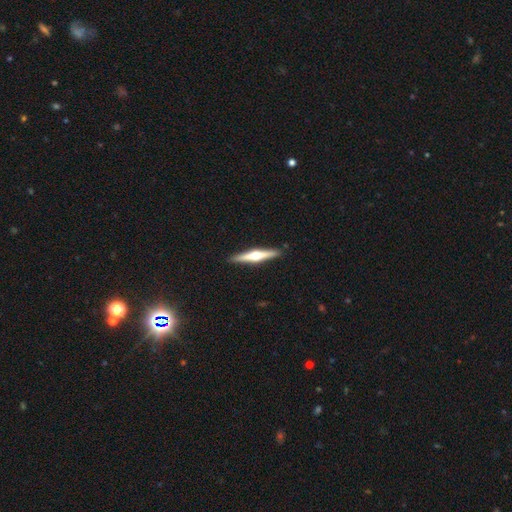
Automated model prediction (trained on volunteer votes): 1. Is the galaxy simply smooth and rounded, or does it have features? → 72% featured or disk, 24% smooth, 5% star or artifact.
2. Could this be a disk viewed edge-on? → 98% yes, 2% no.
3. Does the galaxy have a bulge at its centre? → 95% rounded, 3% none, 2% boxy.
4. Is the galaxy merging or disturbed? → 92% none, 6% minor disturbance, 1% major disturbance, 1% merger.